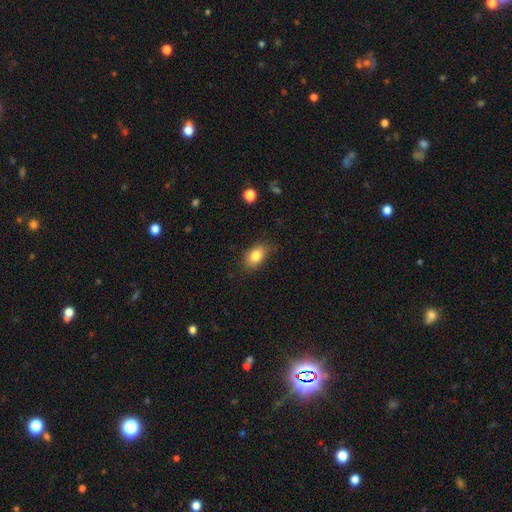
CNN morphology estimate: A smooth galaxy with no disk features (83%) that is in between round and cigar-shaped (86%).

Vote fractions:
- Smooth or featured? smooth: 83% / featured or disk: 9% / star or artifact: 9%
- How rounded? in between: 86% / round: 12% / cigar-shaped: 2%
- Merging? none: 80% / minor disturbance: 16% / major disturbance: 3% / merger: 1%